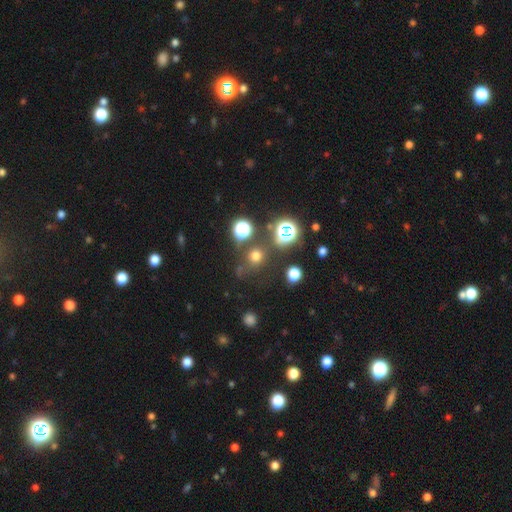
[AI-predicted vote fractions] Morphology: type=smooth (62%); roundness=round (86%); merging=none (75%).